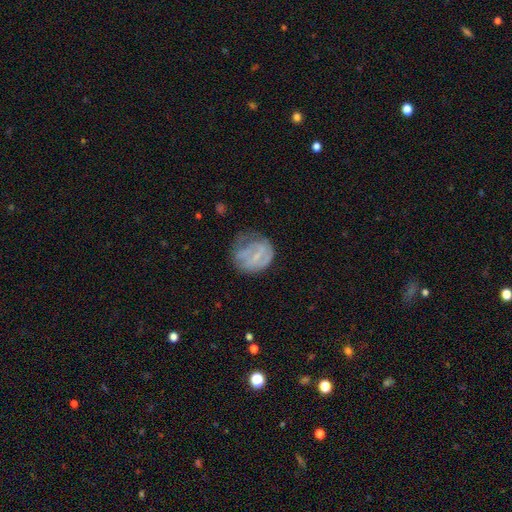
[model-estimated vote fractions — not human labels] Smooth or featured? Predicted: featured or disk (p=0.54). Edge-on disk? Predicted: no (p=0.97). Bar? Predicted: weak (p=0.44). Spiral arms? Predicted: yes (p=0.55). Bulge size? Predicted: small (p=0.51). Merging? Predicted: none (p=0.44).